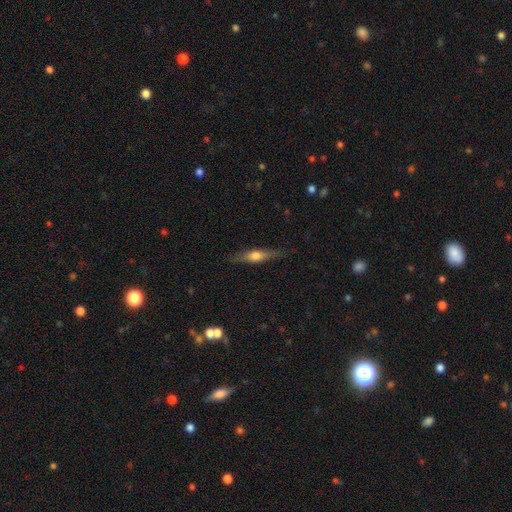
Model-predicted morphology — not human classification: A featured or disk galaxy (52%) viewed edge-on (93%). Merging: none (85%).